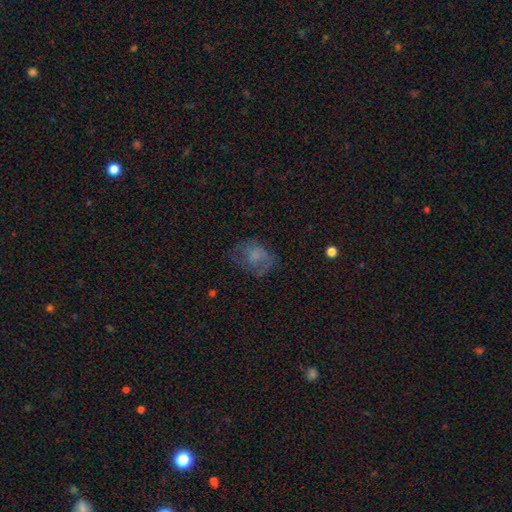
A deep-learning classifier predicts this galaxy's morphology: Smooth or featured: smooth — 54% (featured or disk — 31%)
How rounded: in between — 61% (round — 38%)
Merging: none — 48% (major disturbance — 27%)